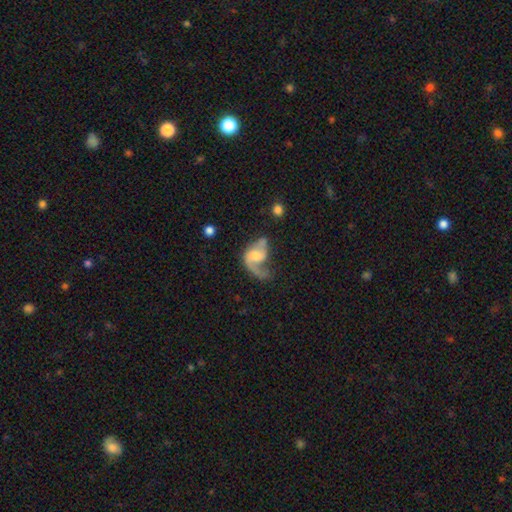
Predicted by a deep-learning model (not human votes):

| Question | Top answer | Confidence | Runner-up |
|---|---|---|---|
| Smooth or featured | featured or disk | 76% | smooth (18%) |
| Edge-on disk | no | 97% | yes (3%) |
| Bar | no | 52% | weak (39%) |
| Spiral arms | yes | 90% | no (10%) |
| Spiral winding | loose | 58% | medium (33%) |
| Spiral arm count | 2 | 54% | 1 (39%) |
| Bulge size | moderate | 50% | small (28%) |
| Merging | major disturbance | 42% | none (30%) |